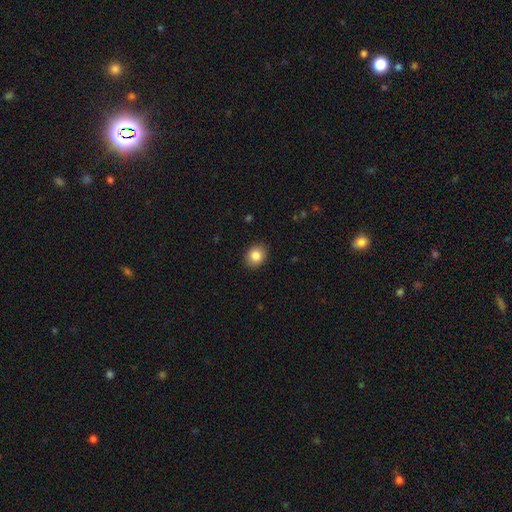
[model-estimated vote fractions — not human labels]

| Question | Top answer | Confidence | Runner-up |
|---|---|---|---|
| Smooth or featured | smooth | 85% | star or artifact (9%) |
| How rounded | round | 59% | in between (40%) |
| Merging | none | 90% | minor disturbance (8%) |